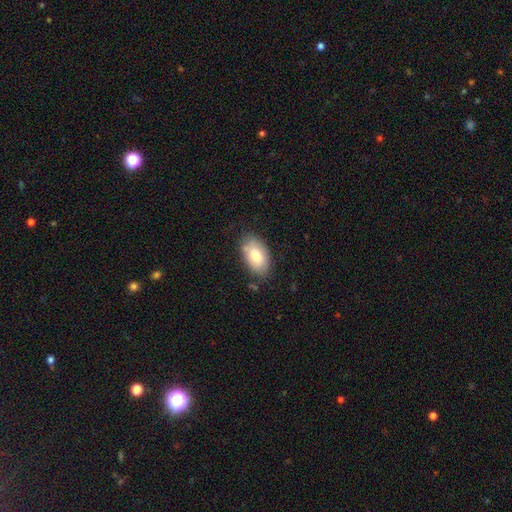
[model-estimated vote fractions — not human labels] Smooth or featured?
  - smooth: 77% *
  - featured or disk: 16%
  - star or artifact: 7%
How rounded?
  - in between: 93% *
  - round: 6%
  - cigar-shaped: 1%
Merging?
  - none: 75% *
  - minor disturbance: 18%
  - major disturbance: 4%
  - merger: 2%